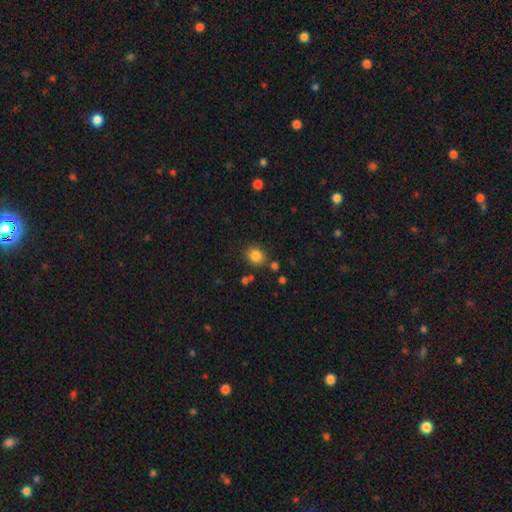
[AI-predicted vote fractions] Morphology: type=smooth (84%); roundness=round (75%); merging=none (80%).